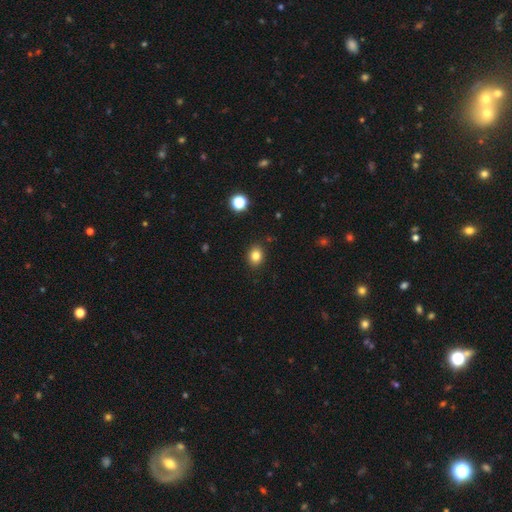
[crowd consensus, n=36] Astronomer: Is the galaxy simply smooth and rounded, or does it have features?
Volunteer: smooth — 89%.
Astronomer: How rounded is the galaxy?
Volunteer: round — 59% (runner-up: in between, 41%).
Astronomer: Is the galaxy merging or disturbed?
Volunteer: none — 83%.